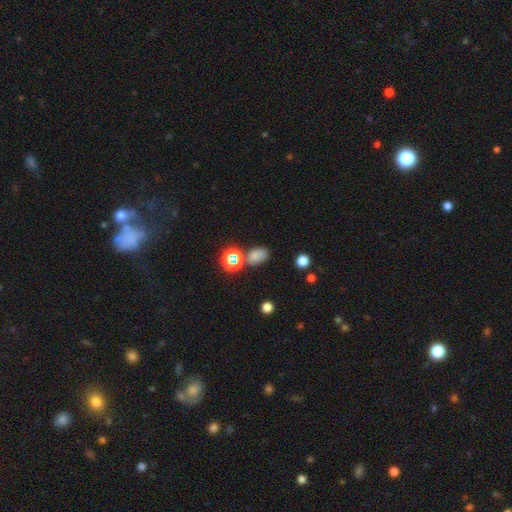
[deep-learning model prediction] Morphology: type=smooth (69%); roundness=in between (76%); merging=none (63%).